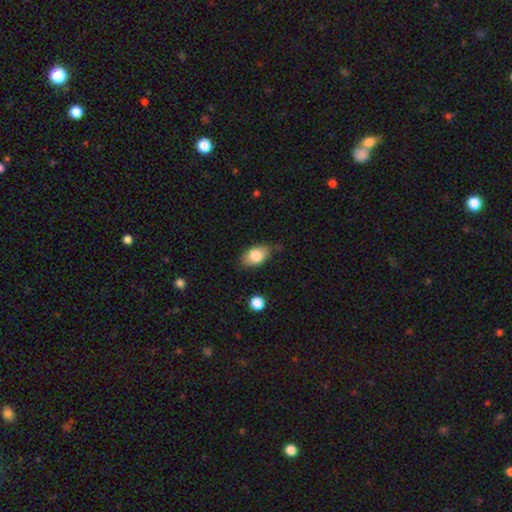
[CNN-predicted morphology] Q: Smooth or featured?
A: smooth (79%); runner-up: featured or disk (14%)
Q: How rounded?
A: in between (89%); runner-up: round (9%)
Q: Merging?
A: none (76%); runner-up: minor disturbance (18%)